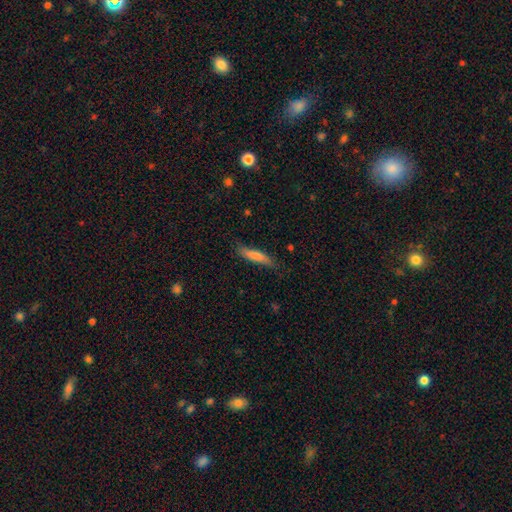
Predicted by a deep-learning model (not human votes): A smooth galaxy with no disk features (77%) that is cigar-shaped (83%).

Vote fractions:
- Smooth or featured? smooth: 77% / featured or disk: 17% / star or artifact: 6%
- How rounded? cigar-shaped: 83% / in between: 15% / round: 1%
- Merging? none: 77% / minor disturbance: 18% / major disturbance: 3% / merger: 1%